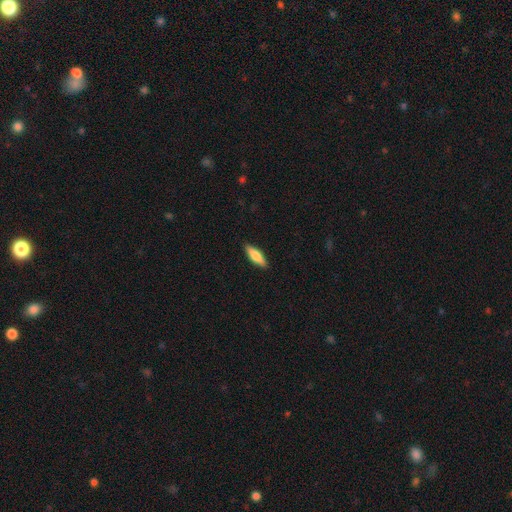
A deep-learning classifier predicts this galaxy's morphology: The model was most divided on "how rounded": cigar-shaped: 54%, in between: 44%, round: 2%. More confident: merging — none (89%); smooth or featured — smooth (75%).